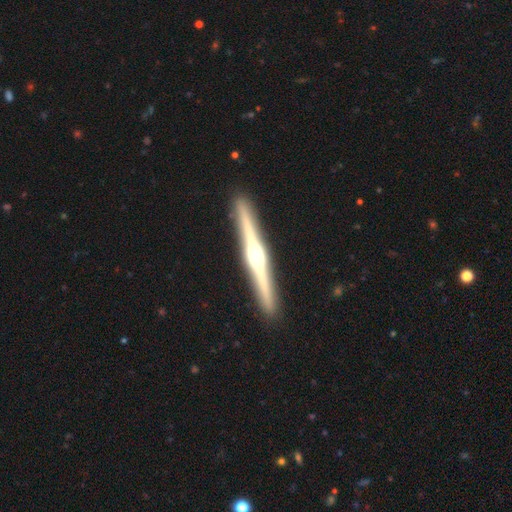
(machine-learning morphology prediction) type=featured or disk (84%); edge-on=yes (99%); edge-on bulge=rounded (88%); merging=none (93%).